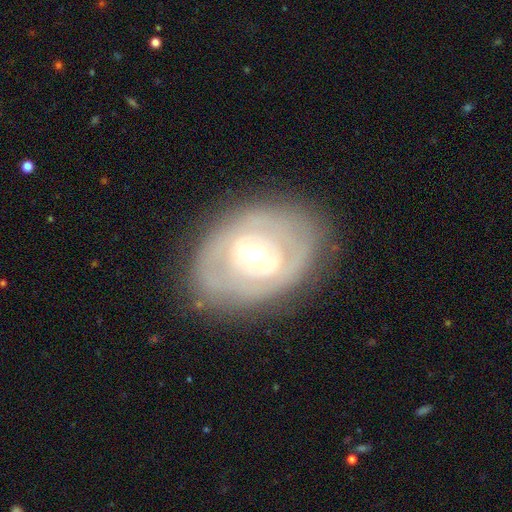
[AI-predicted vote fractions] Q: Smooth or featured?
A: featured or disk (72%); runner-up: smooth (22%)
Q: Edge-on disk?
A: no (94%); runner-up: yes (6%)
Q: Bar?
A: weak (47%); runner-up: strong (28%)
Q: Spiral arms?
A: yes (57%); runner-up: no (43%)
Q: Bulge size?
A: moderate (61%); runner-up: small (31%)
Q: Merging?
A: none (78%); runner-up: minor disturbance (15%)